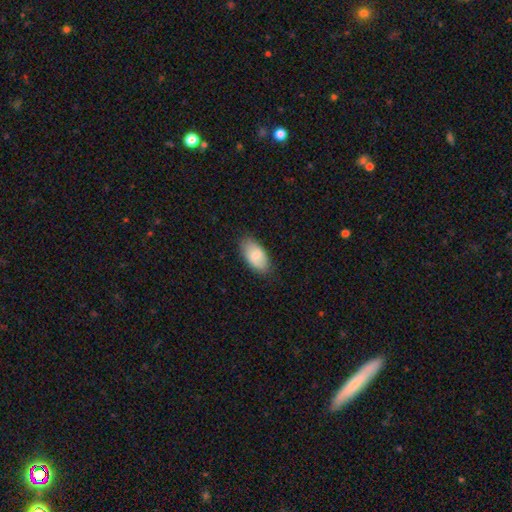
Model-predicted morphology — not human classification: This appears to be a smooth galaxy with no disk features (79%) that is in between round and cigar-shaped (94%). Merging: none (79%).